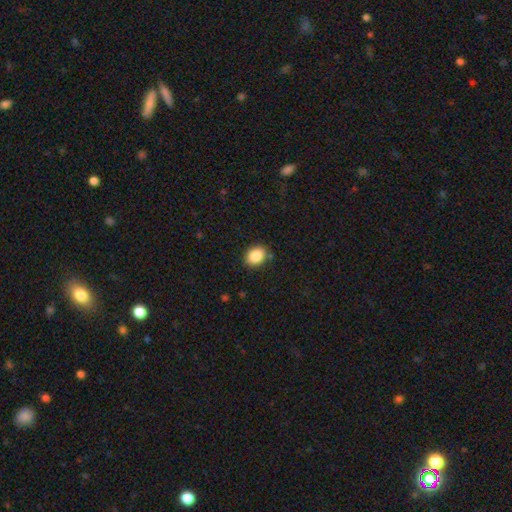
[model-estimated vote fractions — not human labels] A smooth galaxy with no disk features (87%) that is in between round and cigar-shaped (59%).

Vote fractions:
- Smooth or featured? smooth: 87% / star or artifact: 9% / featured or disk: 4%
- How rounded? in between: 59% / round: 40% / cigar-shaped: 1%
- Merging? none: 84% / minor disturbance: 11% / major disturbance: 3% / merger: 2%